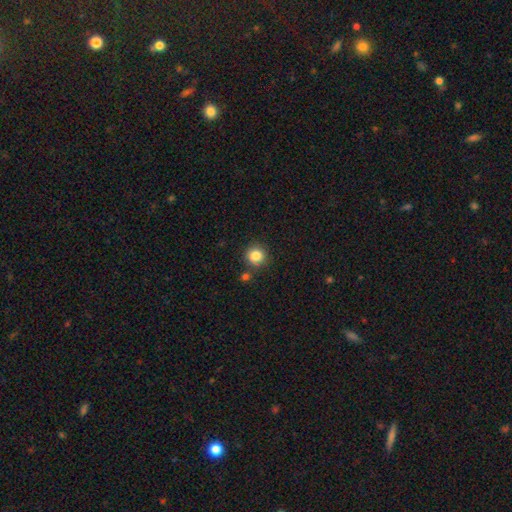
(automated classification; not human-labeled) This appears to be a smooth galaxy with no disk features (84%) that is round (91%). Merging: none (82%).